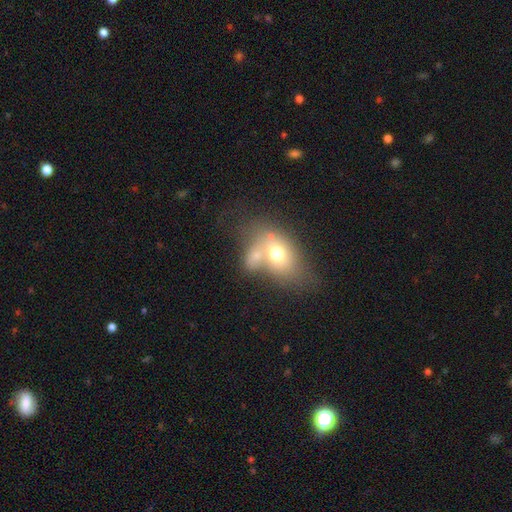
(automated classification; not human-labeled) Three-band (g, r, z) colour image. It shows a smooth galaxy with no disk features (64%) that is in between round and cigar-shaped (68%). Merging: merger (49%).